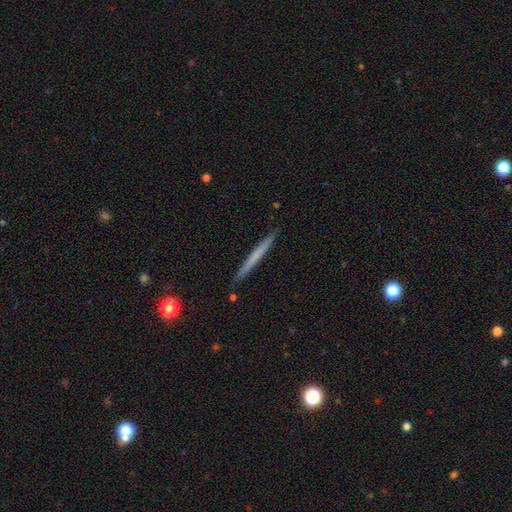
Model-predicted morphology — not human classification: type=smooth (55%); roundness=cigar-shaped (97%); merging=none (91%).